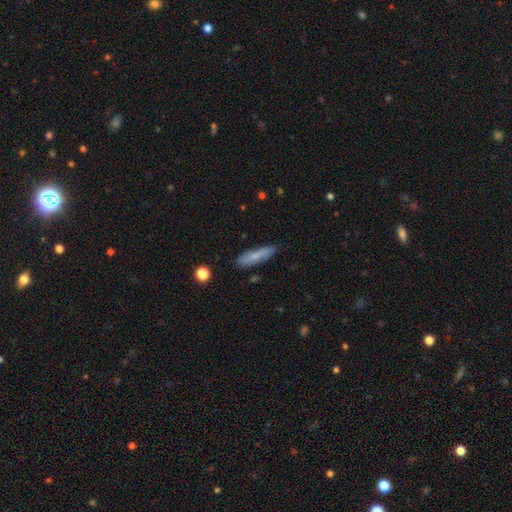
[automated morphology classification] Q: Smooth or featured?
A: smooth (68%); runner-up: featured or disk (26%)
Q: How rounded?
A: cigar-shaped (77%); runner-up: in between (22%)
Q: Merging?
A: none (84%); runner-up: minor disturbance (12%)